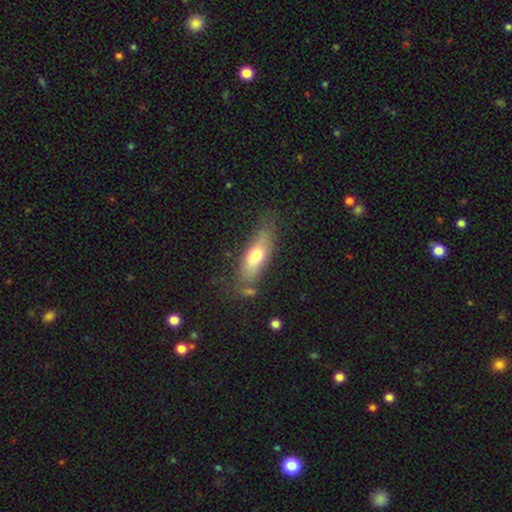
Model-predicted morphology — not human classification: Smooth or featured: smooth — 67% (featured or disk — 26%)
How rounded: in between — 59% (cigar-shaped — 38%)
Merging: none — 69% (minor disturbance — 19%)